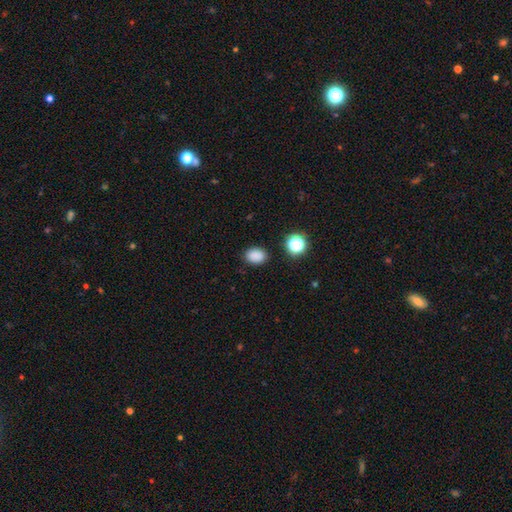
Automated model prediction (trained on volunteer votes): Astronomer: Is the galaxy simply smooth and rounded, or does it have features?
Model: smooth — 85%.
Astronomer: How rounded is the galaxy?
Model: in between — 69%.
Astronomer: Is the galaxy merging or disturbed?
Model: none — 86%.